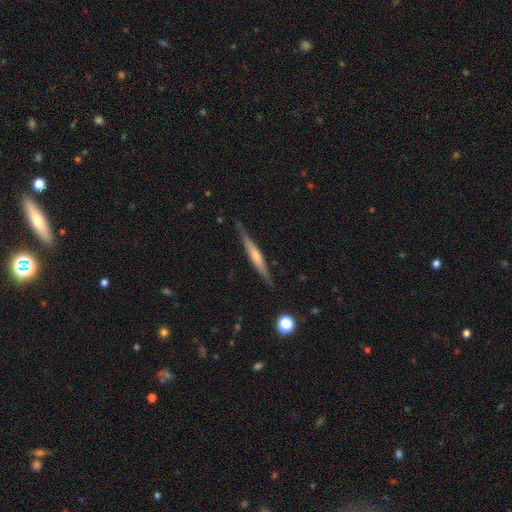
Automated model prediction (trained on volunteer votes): Q: Smooth or featured?
A: featured or disk (59%); runner-up: smooth (35%)
Q: Edge-on disk?
A: yes (96%); runner-up: no (4%)
Q: Edge-on bulge?
A: rounded (54%); runner-up: none (35%)
Q: Merging?
A: none (84%); runner-up: minor disturbance (12%)